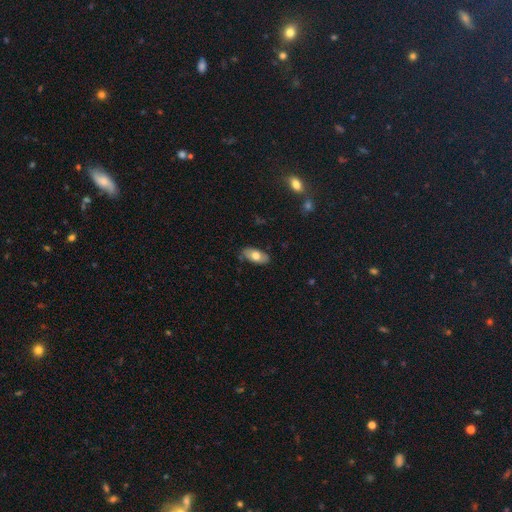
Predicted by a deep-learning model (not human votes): smooth-or-featured: smooth: 67% | featured or disk: 26% | star or artifact: 6%
  how-rounded: in between: 92% | cigar-shaped: 5% | round: 3%
  merging: none: 82% | minor disturbance: 14% | major disturbance: 2% | merger: 1%